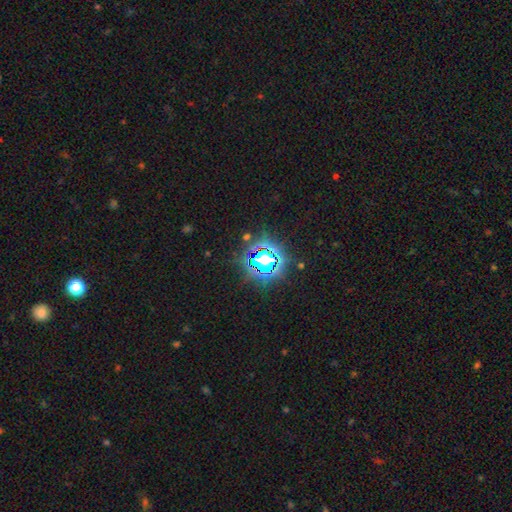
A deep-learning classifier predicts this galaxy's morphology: star or artifact 79%, smooth 13%, featured or disk 8%.